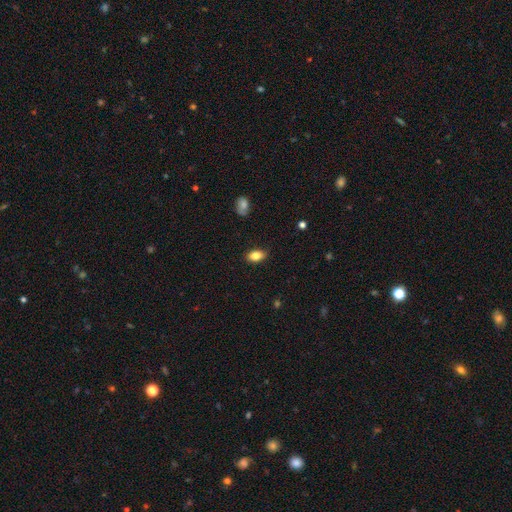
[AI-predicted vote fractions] A smooth galaxy with no disk features (83%) that is in between round and cigar-shaped (90%). Merging: none (86%).